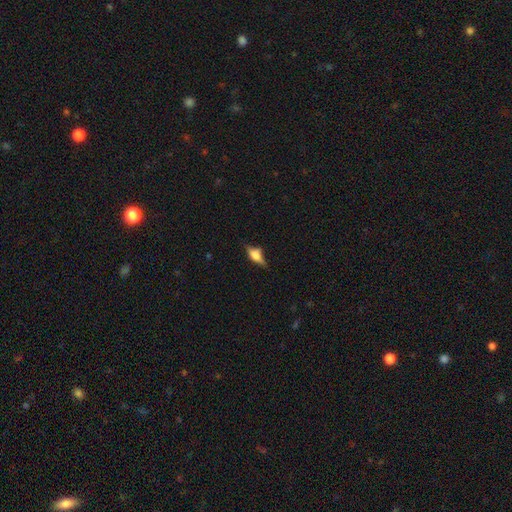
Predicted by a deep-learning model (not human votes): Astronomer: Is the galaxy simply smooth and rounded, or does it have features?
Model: featured or disk — 51% (runner-up: smooth, 40%).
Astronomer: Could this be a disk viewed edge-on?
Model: yes — 91%.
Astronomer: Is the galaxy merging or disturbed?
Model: none — 68%.